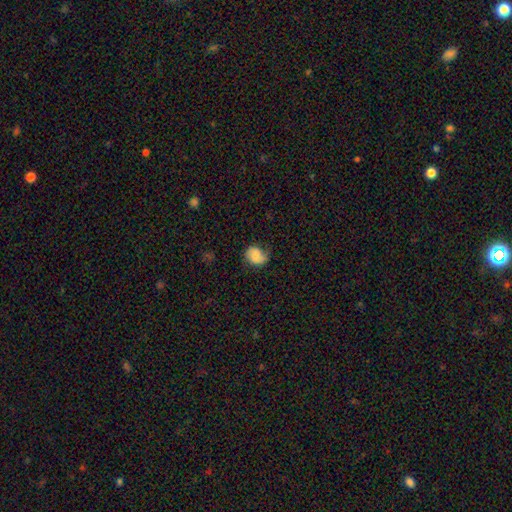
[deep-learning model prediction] This is likely a smooth galaxy (60%). How rounded: possibly round (54%). Merging: likely none (63%).